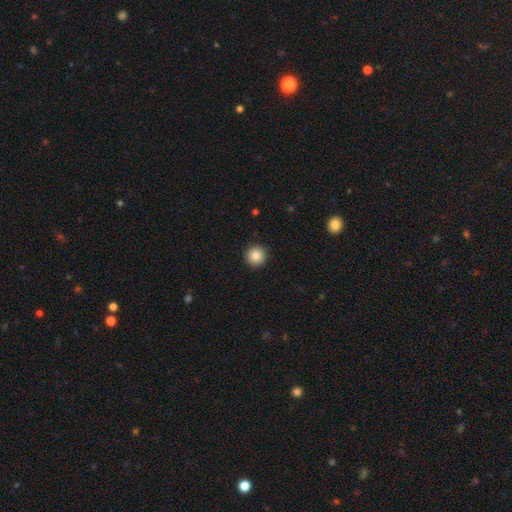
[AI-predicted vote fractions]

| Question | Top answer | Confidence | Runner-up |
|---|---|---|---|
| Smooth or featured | smooth | 85% | star or artifact (9%) |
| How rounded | round | 96% | in between (4%) |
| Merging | none | 92% | minor disturbance (5%) |